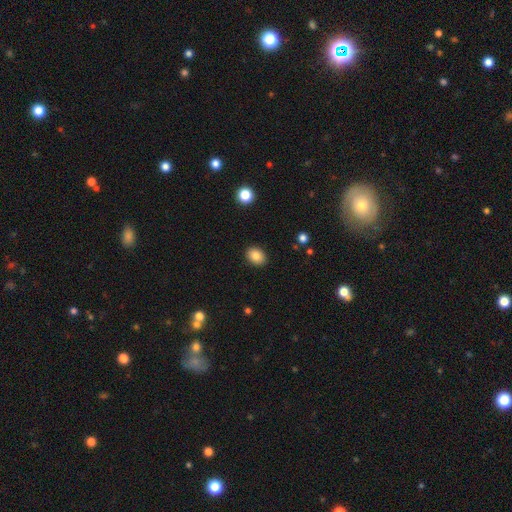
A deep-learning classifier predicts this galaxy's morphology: This appears to be a smooth galaxy with no disk features (85%) that is in between round and cigar-shaped (63%). Merging: none (90%).